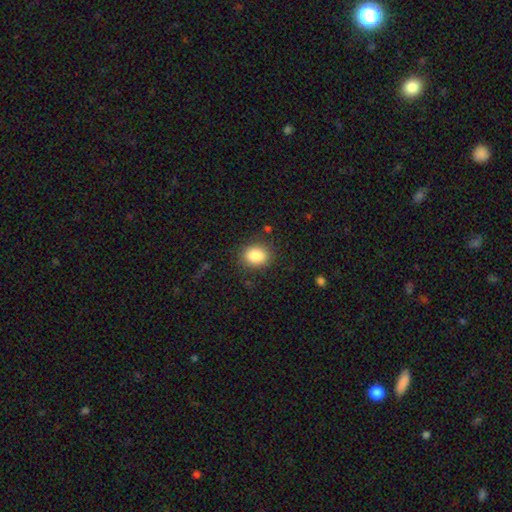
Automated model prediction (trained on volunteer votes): smooth_or_featured: smooth (p=0.86) [alt: star or artifact p=0.09]
how_rounded: round (p=0.50) [alt: in between p=0.49]
merging: none (p=0.85) [alt: minor disturbance p=0.10]